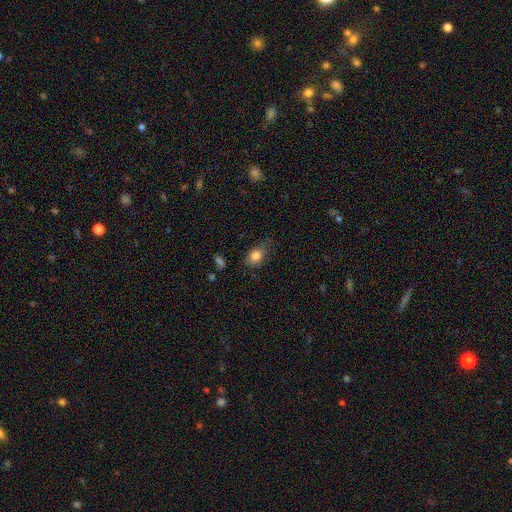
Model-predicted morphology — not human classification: The model was most divided on "merging": none: 59%, minor disturbance: 30%, major disturbance: 9%, merger: 2%. More confident: smooth or featured — smooth (82%); how rounded — in between (71%).